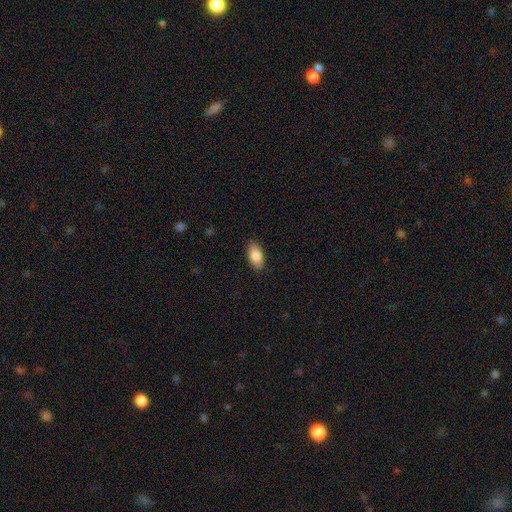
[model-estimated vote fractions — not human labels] A smooth galaxy with no disk features (86%) that is in between round and cigar-shaped (91%).

Vote fractions:
- Smooth or featured? smooth: 86% / featured or disk: 8% / star or artifact: 6%
- How rounded? in between: 91% / cigar-shaped: 6% / round: 3%
- Merging? none: 87% / minor disturbance: 10% / major disturbance: 2% / merger: 1%